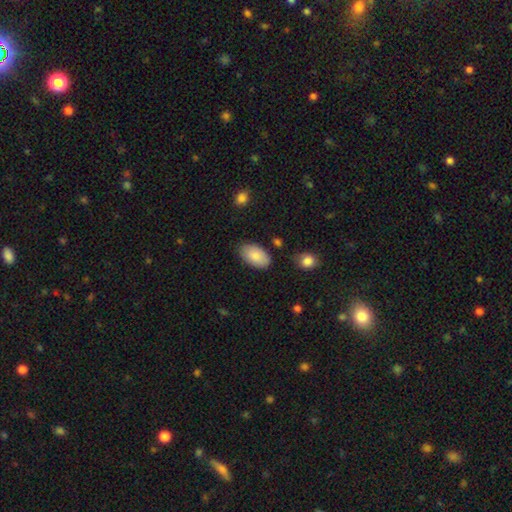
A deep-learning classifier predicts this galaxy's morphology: This appears to be a smooth galaxy with no disk features (85%) that is in between round and cigar-shaped (95%). Merging: none (79%).